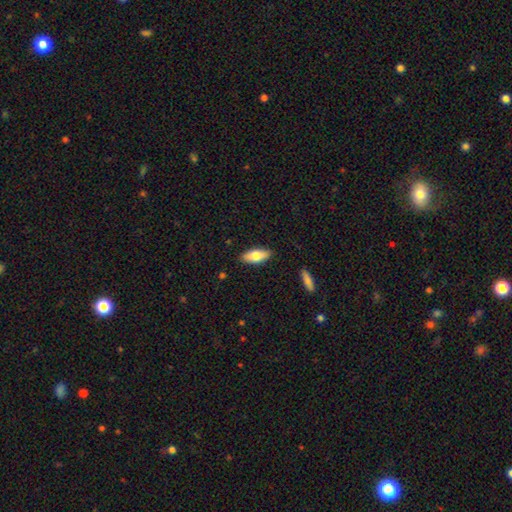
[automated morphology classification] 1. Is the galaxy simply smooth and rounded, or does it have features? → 76% smooth, 18% featured or disk, 6% star or artifact.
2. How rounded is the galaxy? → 80% in between, 18% cigar-shaped, 2% round.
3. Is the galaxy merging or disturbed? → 87% none, 9% minor disturbance, 2% major disturbance, 1% merger.